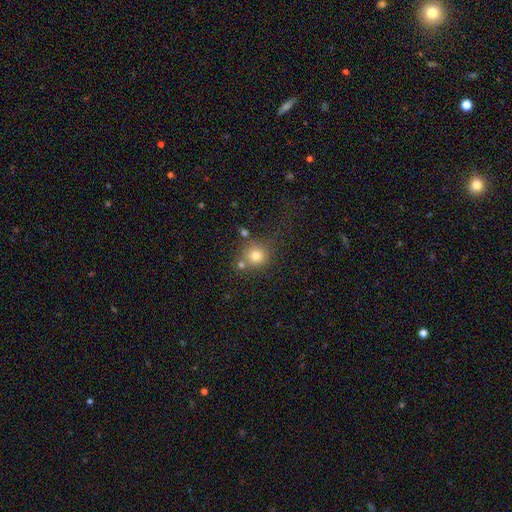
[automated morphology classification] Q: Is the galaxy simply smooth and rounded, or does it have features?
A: smooth — 76%.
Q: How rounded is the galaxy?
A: round — 88%.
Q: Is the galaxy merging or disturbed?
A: none — 67%.